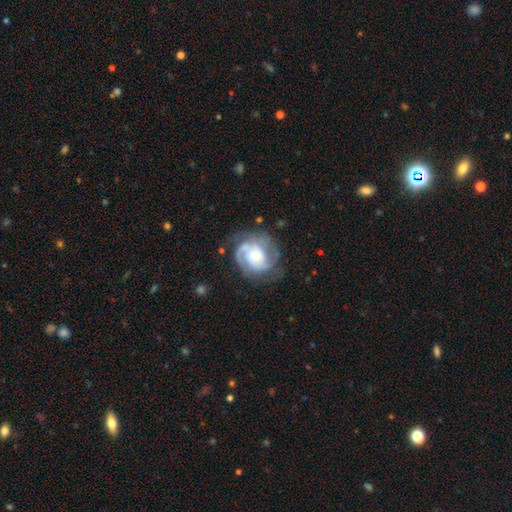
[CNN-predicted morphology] Smooth or featured: featured or disk — 85% (smooth — 10%)
Edge-on disk: no — 98% (yes — 2%)
Bar: no — 72% (weak — 23%)
Spiral arms: yes — 96% (no — 4%)
Spiral winding: tight — 52% (medium — 37%)
Spiral arm count: 2 — 44% (3 — 25%)
Bulge size: moderate — 49% (small — 44%)
Merging: none — 69% (minor disturbance — 18%)